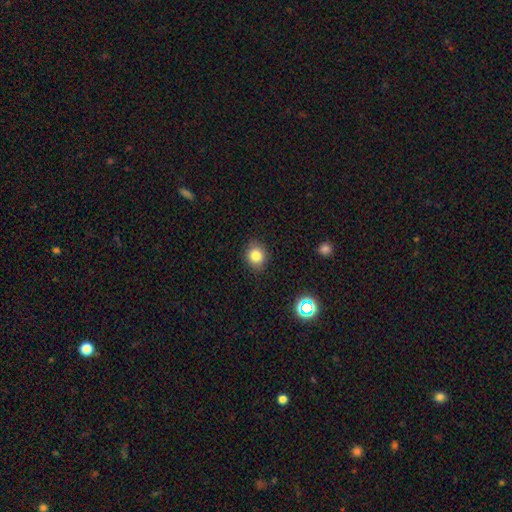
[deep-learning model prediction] Overall: smooth (81%). How rounded: round (73%). Merging: none (87%).